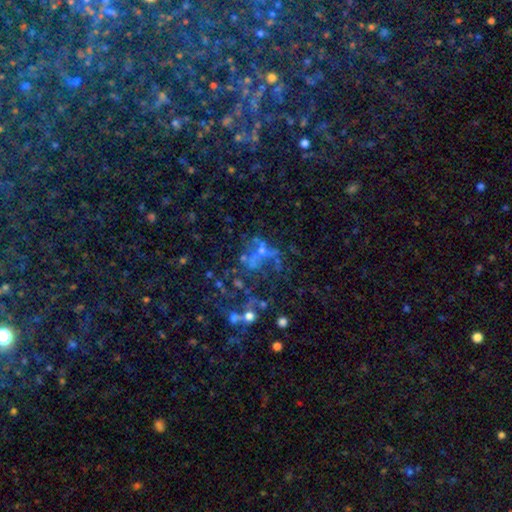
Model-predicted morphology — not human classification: A star or artifact, not a galaxy (48%).

Vote fractions:
- Smooth or featured? star or artifact: 48% / featured or disk: 31% / smooth: 21%